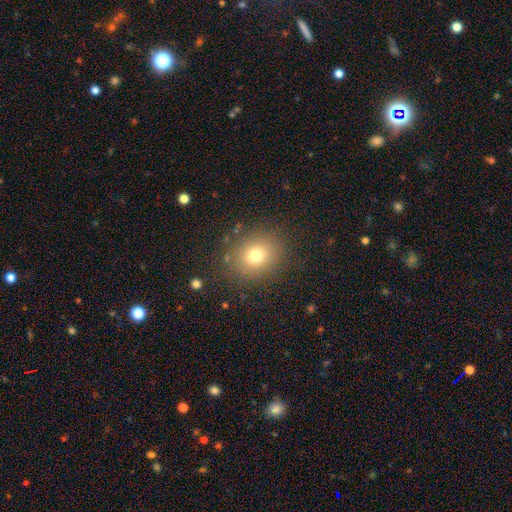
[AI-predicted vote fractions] Smooth or featured? Predicted: smooth (p=0.73). How rounded? Predicted: round (p=0.70). Merging? Predicted: none (p=0.84).